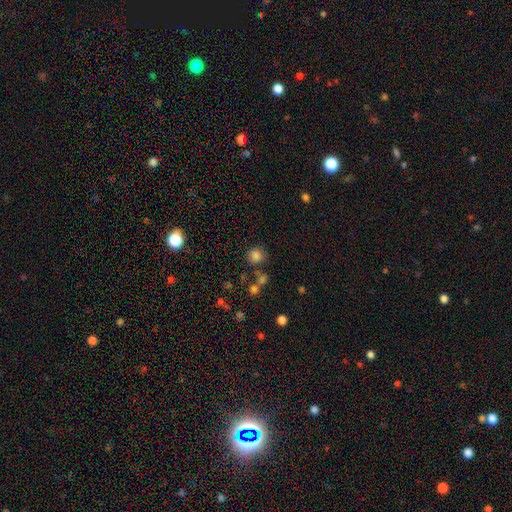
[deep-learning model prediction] A smooth galaxy with no disk features (80%) that is round (86%). Merging: none (72%).